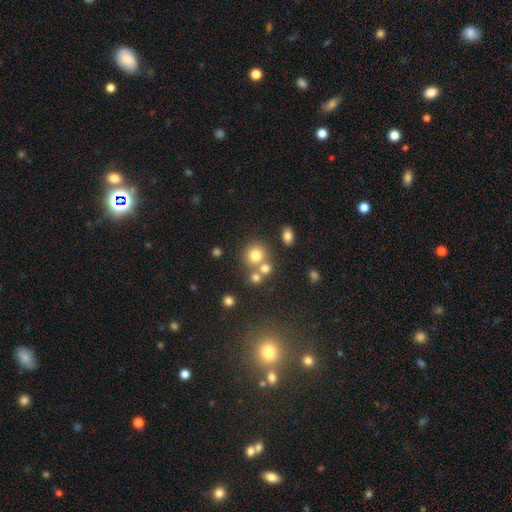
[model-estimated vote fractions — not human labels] Smooth or featured?
  - smooth: 75% *
  - star or artifact: 14%
  - featured or disk: 11%
How rounded?
  - round: 85% *
  - in between: 14%
  - cigar-shaped: 1%
Merging?
  - none: 57% *
  - merger: 30%
  - minor disturbance: 9%
  - major disturbance: 4%